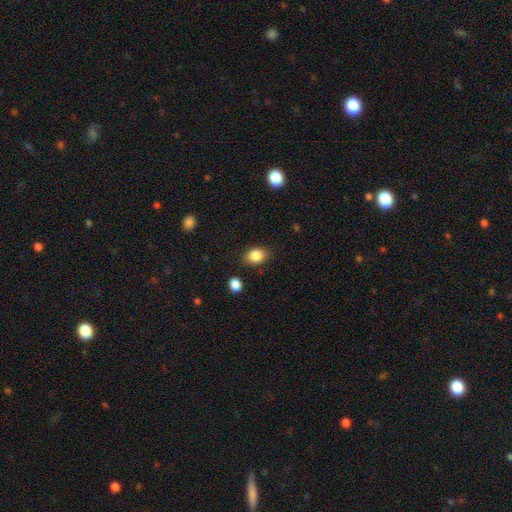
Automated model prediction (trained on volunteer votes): A smooth galaxy with no disk features (85%) that is in between round and cigar-shaped (69%).

Vote fractions:
- Smooth or featured? smooth: 85% / star or artifact: 9% / featured or disk: 7%
- How rounded? in between: 69% / round: 30% / cigar-shaped: 1%
- Merging? none: 82% / minor disturbance: 12% / major disturbance: 3% / merger: 2%